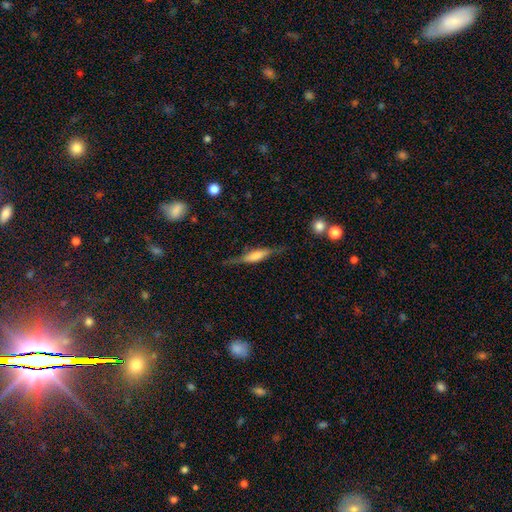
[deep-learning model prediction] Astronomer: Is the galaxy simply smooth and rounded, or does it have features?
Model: featured or disk — 67%.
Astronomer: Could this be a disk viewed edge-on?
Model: yes — 95%.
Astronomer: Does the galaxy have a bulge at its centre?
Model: rounded — 52% (runner-up: boxy, 40%).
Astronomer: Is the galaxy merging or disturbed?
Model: none — 78%.